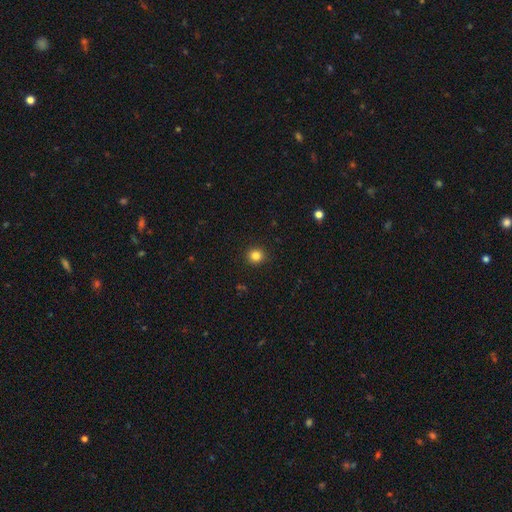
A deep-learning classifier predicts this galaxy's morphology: Smooth or featured? smooth (83%)
How rounded? round (93%)
Merging? none (93%)